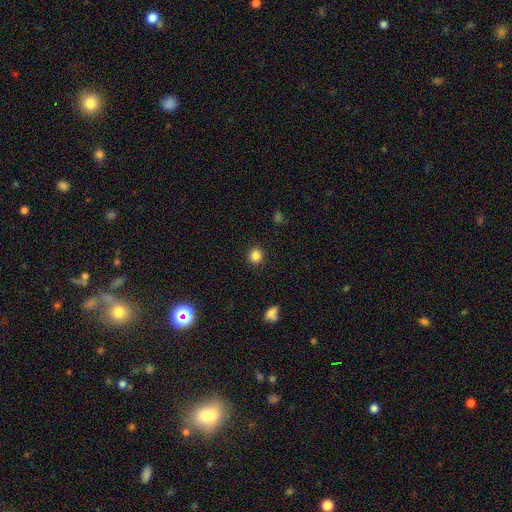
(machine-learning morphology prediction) The model was most divided on "smooth or featured": smooth: 85%, star or artifact: 11%, featured or disk: 4%. More confident: merging — none (91%); how rounded — round (90%).